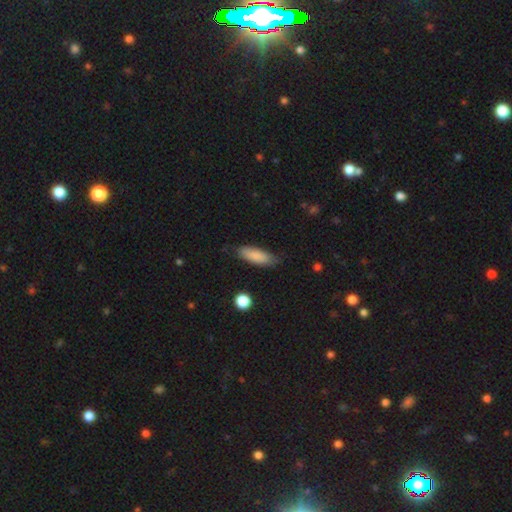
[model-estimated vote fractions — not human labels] smooth 86%, featured or disk 8%, star or artifact 6%. Down the decision tree: how rounded — in between (61%); merging — none (79%).